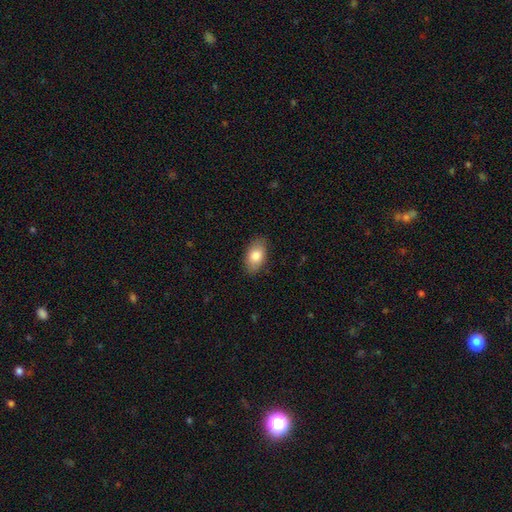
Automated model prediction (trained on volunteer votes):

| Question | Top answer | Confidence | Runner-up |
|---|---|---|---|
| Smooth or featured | smooth | 81% | featured or disk (12%) |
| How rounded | in between | 92% | round (6%) |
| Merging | none | 86% | minor disturbance (11%) |